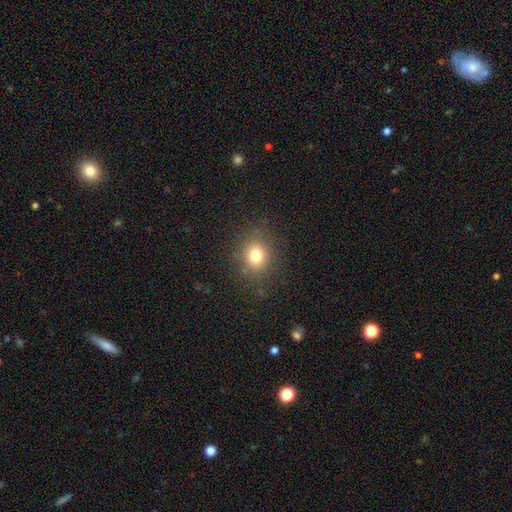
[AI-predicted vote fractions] Q: Smooth or featured?
A: smooth (77%); runner-up: star or artifact (15%)
Q: How rounded?
A: round (72%); runner-up: in between (27%)
Q: Merging?
A: none (84%); runner-up: minor disturbance (11%)